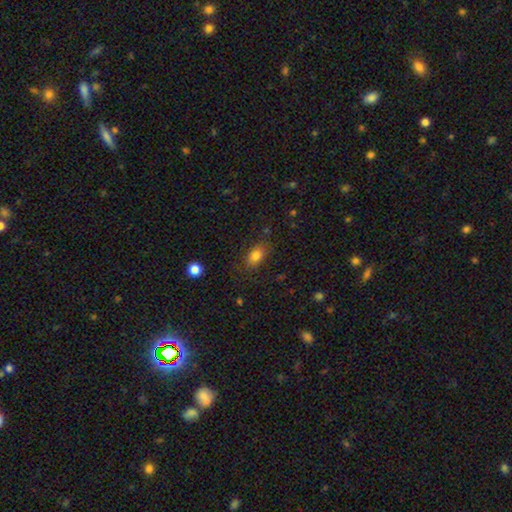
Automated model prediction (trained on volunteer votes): Smooth or featured? Predicted: smooth (p=0.81). How rounded? Predicted: in between (p=0.80). Merging? Predicted: none (p=0.78).